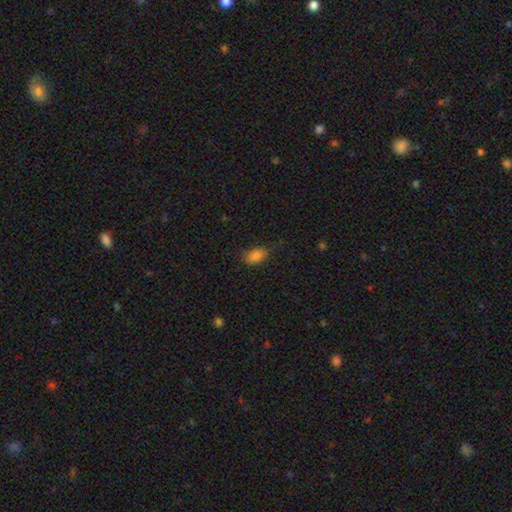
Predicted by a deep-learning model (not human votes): The model was most divided on "merging": none: 74%, minor disturbance: 20%, major disturbance: 5%, merger: 1%. More confident: how rounded — in between (89%); smooth or featured — smooth (86%).